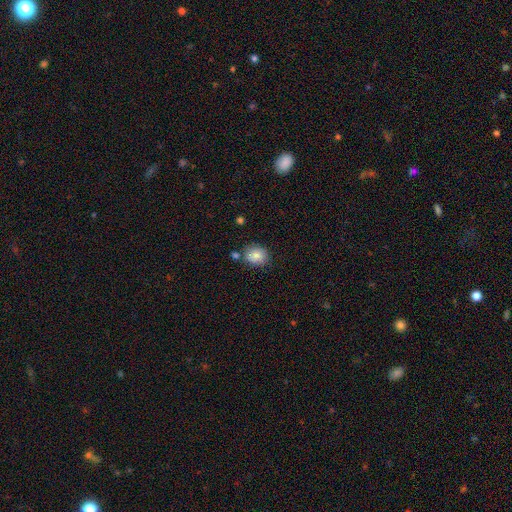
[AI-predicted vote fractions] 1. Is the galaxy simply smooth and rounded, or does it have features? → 83% smooth, 9% star or artifact, 8% featured or disk.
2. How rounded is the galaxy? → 64% round, 35% in between, 1% cigar-shaped.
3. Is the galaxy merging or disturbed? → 73% none, 15% minor disturbance, 8% merger, 3% major disturbance.